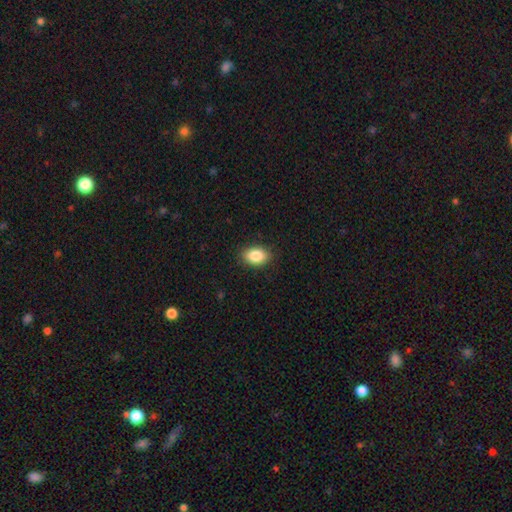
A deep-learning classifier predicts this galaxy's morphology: Smooth or featured? smooth (86%)
How rounded? in between (82%)
Merging? none (88%)